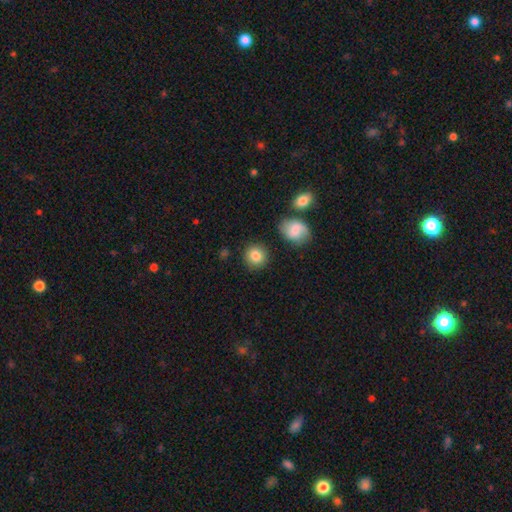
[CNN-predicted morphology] Q: Smooth or featured?
A: smooth (84%); runner-up: star or artifact (8%)
Q: How rounded?
A: round (87%); runner-up: in between (12%)
Q: Merging?
A: none (87%); runner-up: minor disturbance (8%)